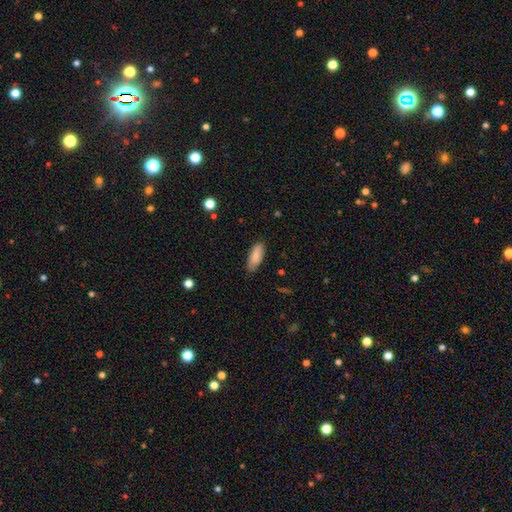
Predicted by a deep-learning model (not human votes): This appears to be a smooth galaxy with no disk features (86%) that is in between round and cigar-shaped (66%). Merging: none (84%).